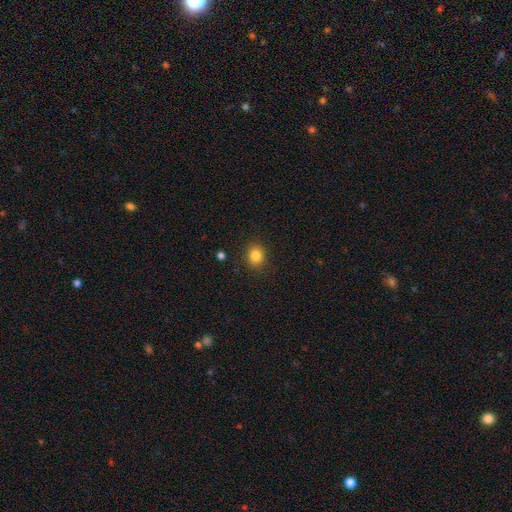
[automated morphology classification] A smooth galaxy with no disk features (84%) that is round (70%). Merging: none (89%).